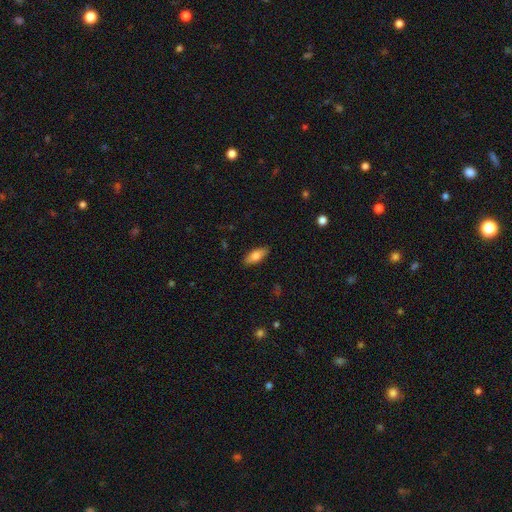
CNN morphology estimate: type=smooth (72%); roundness=in between (74%); merging=none (88%).